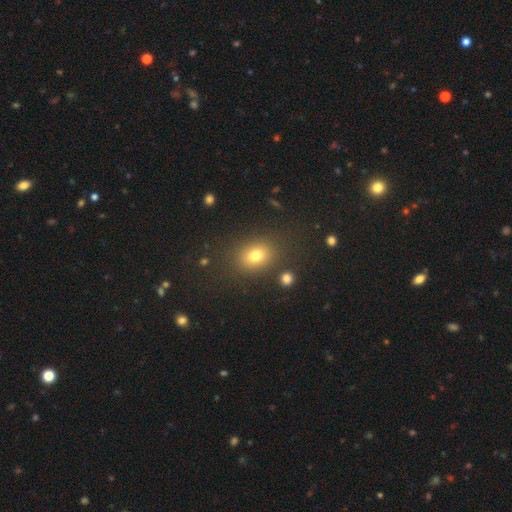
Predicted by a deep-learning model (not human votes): This appears to be a smooth galaxy with no disk features (76%) that is in between round and cigar-shaped (57%). Merging: none (82%).